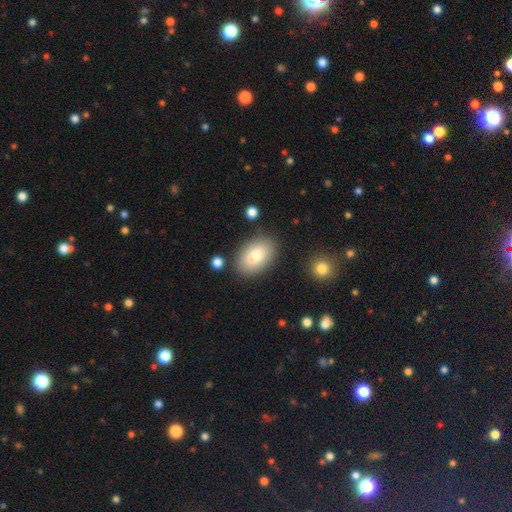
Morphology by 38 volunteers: A smooth galaxy with no disk features (66%) that is in between round and cigar-shaped (88%).

Vote fractions:
- Smooth or featured? smooth: 66% / featured or disk: 29% / star or artifact: 5%
- How rounded? in between: 88% / round: 12% / cigar-shaped: 0%
- Merging? none: 64% / merger: 22% / minor disturbance: 11% / major disturbance: 3%